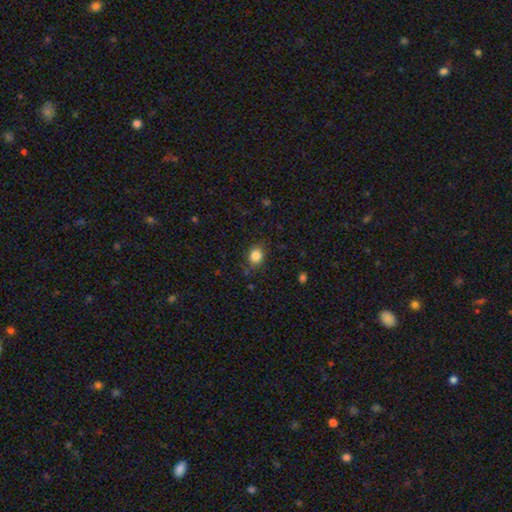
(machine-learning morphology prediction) smooth 85%, star or artifact 10%, featured or disk 5%. Down the decision tree: how rounded — round (60%); merging — none (83%).